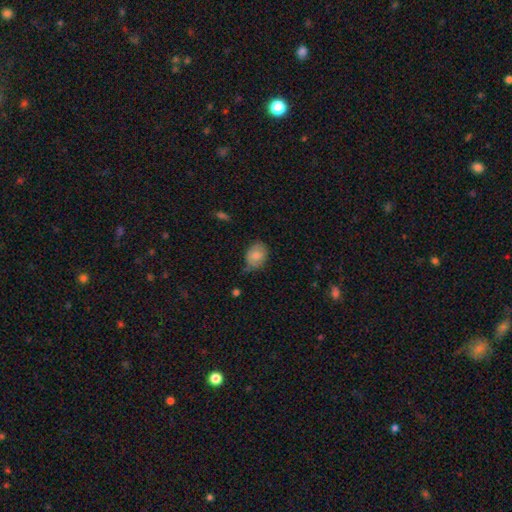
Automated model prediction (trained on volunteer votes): smooth_or_featured: smooth (p=0.80) [alt: featured or disk p=0.13]
how_rounded: in between (p=0.62) [alt: round p=0.37]
merging: none (p=0.59) [alt: minor disturbance p=0.32]